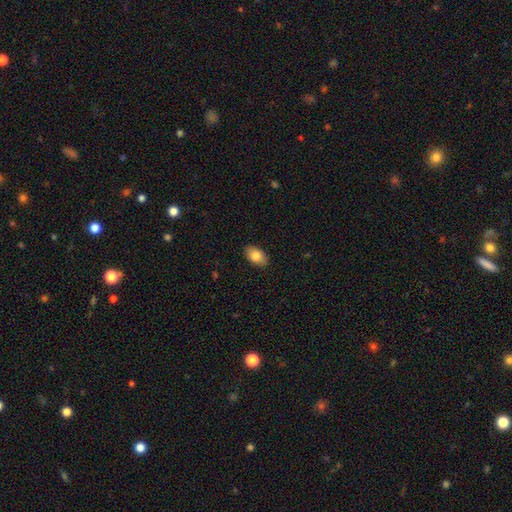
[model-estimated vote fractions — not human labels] The model was most divided on "smooth or featured": smooth: 84%, featured or disk: 9%, star or artifact: 7%. More confident: how rounded — in between (91%); merging — none (88%).